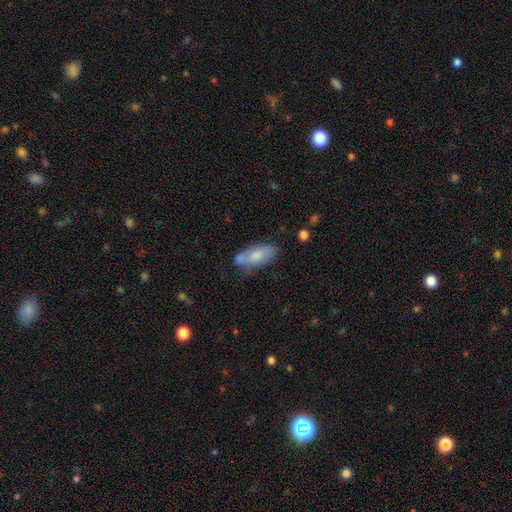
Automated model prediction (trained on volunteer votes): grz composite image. It shows a smooth galaxy with no disk features (67%) that is in between round and cigar-shaped (81%). Merging: none (54%).